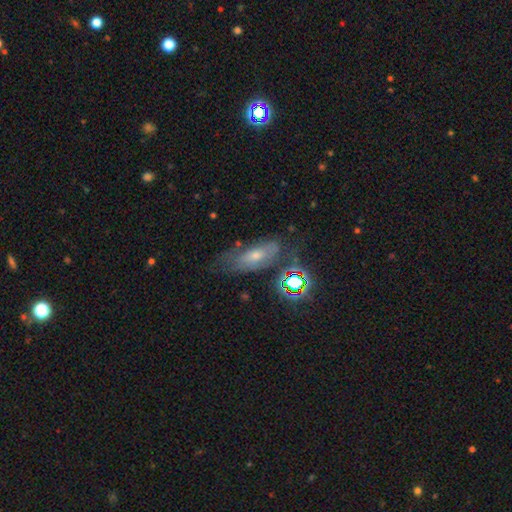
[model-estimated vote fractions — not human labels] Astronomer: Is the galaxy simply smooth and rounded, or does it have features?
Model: smooth — 48% (runner-up: featured or disk, 35%).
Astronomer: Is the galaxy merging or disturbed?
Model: none — 54%.